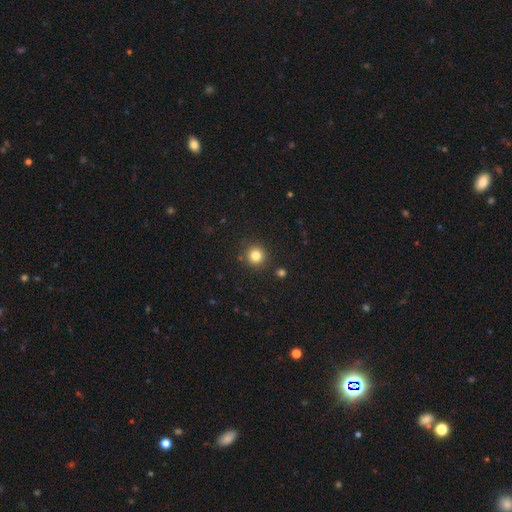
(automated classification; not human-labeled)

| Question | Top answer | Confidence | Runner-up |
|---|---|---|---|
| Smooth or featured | smooth | 82% | star or artifact (12%) |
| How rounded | round | 94% | in between (5%) |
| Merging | none | 89% | minor disturbance (6%) |